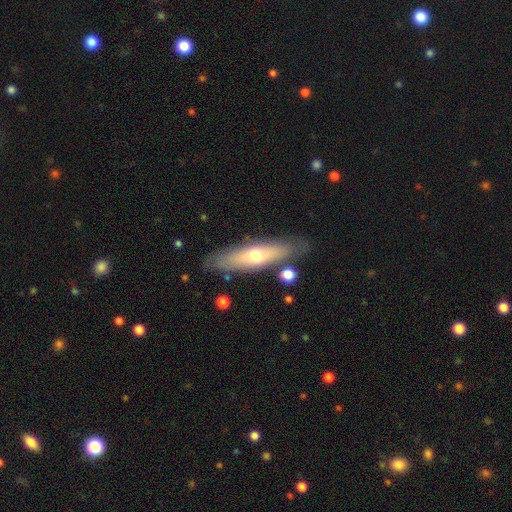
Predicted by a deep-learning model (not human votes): Smooth or featured: smooth — 47% (tied with featured or disk — 47%)
Merging: none — 81% (minor disturbance — 12%)